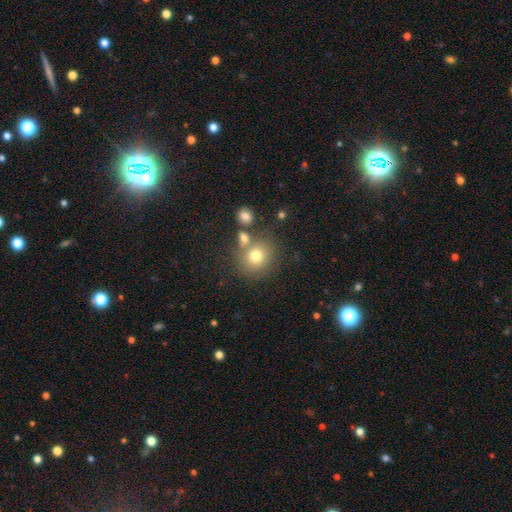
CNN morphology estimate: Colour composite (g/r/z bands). It shows a smooth galaxy with no disk features (75%) that is round (80%). Merging: none (65%).